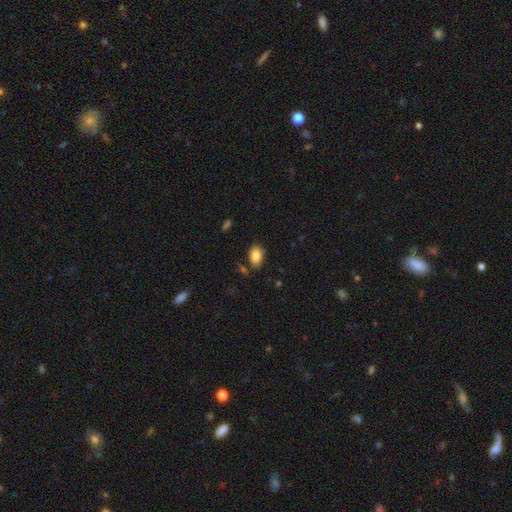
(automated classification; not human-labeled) Q: Smooth or featured?
A: smooth (85%); runner-up: star or artifact (8%)
Q: How rounded?
A: in between (90%); runner-up: round (9%)
Q: Merging?
A: none (79%); runner-up: minor disturbance (14%)